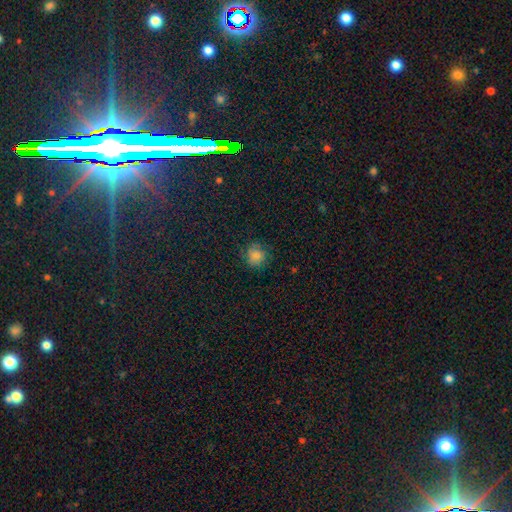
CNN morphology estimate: smooth-or-featured: smooth: 78% | star or artifact: 13% | featured or disk: 9%
  how-rounded: round: 85% | in between: 14% | cigar-shaped: 1%
  merging: none: 75% | minor disturbance: 18% | major disturbance: 6% | merger: 1%